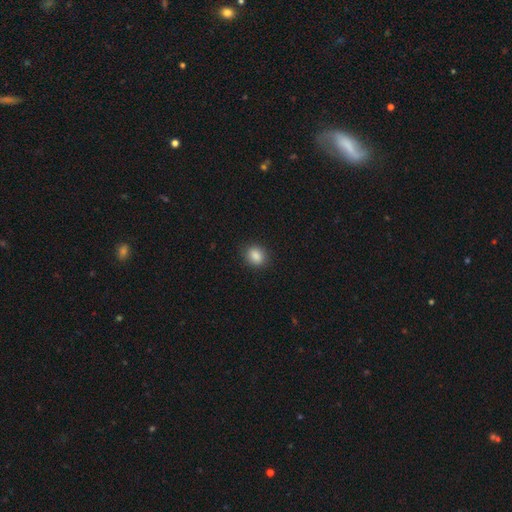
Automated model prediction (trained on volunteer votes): Smooth or featured? Predicted: smooth (p=0.86). How rounded? Predicted: round (p=0.52). Merging? Predicted: none (p=0.87).